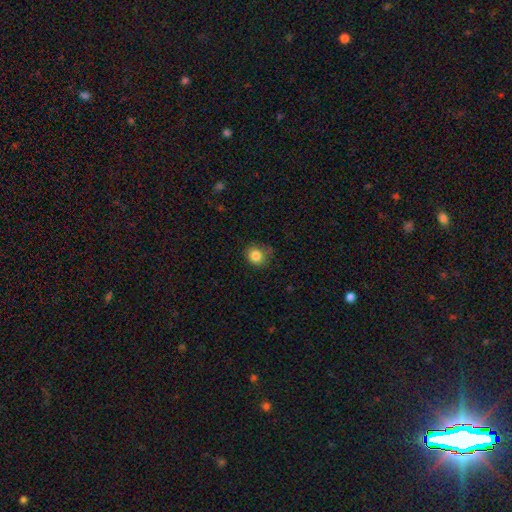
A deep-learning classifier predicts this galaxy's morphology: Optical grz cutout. It shows a smooth galaxy with no disk features (84%) that is round (81%). Merging: none (70%).